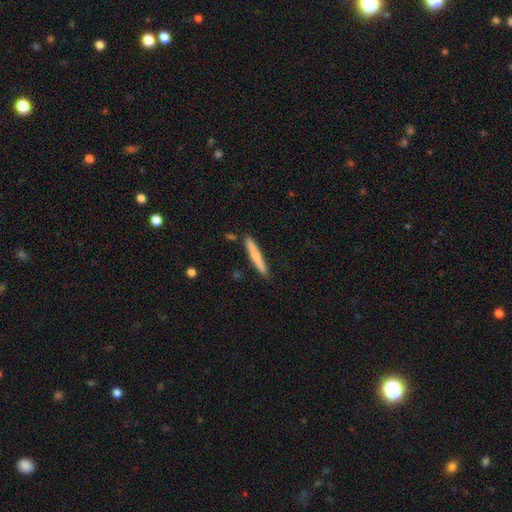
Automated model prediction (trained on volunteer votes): smooth_or_featured: smooth (p=0.66) [alt: featured or disk p=0.29]
how_rounded: cigar-shaped (p=0.96) [alt: in between p=0.03]
merging: none (p=0.87) [alt: minor disturbance p=0.09]